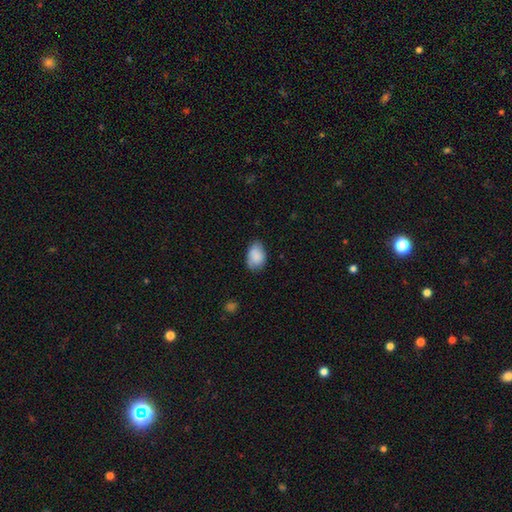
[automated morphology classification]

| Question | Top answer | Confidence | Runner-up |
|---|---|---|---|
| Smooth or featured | smooth | 82% | featured or disk (10%) |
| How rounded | in between | 83% | round (15%) |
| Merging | none | 64% | minor disturbance (28%) |